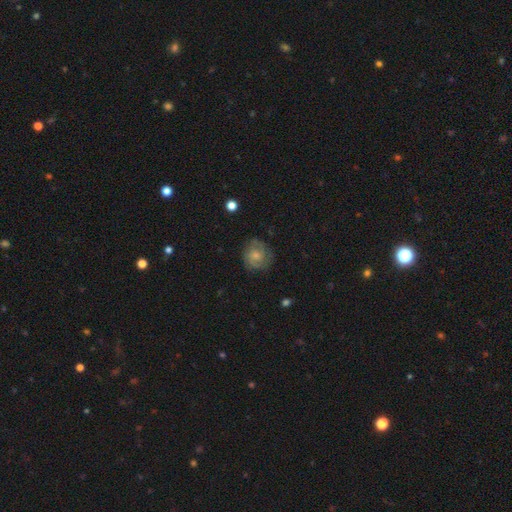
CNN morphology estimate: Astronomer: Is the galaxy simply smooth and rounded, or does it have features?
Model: featured or disk — 48% (runner-up: smooth, 44%).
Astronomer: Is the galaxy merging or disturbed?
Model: none — 75%.